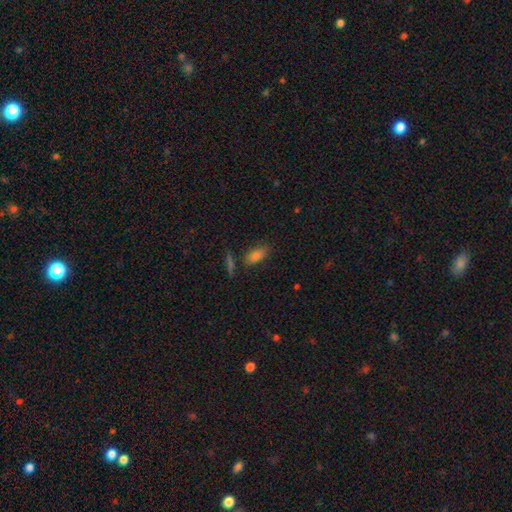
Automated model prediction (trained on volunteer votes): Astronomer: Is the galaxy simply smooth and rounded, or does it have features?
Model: smooth — 75%.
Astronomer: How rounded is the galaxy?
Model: in between — 80%.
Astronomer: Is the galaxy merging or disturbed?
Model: none — 74%.